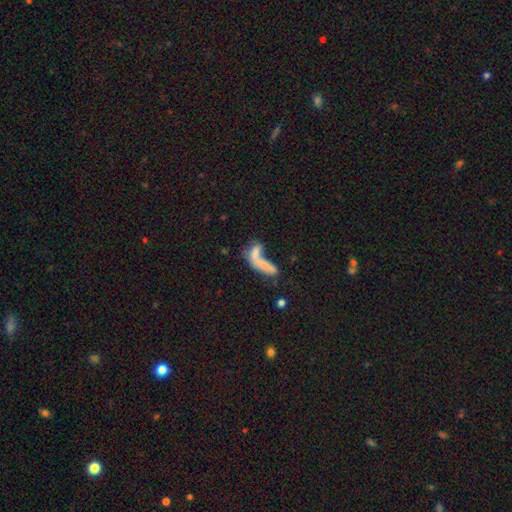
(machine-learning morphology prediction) Smooth or featured: smooth — 62% (featured or disk — 27%)
How rounded: in between — 52% (cigar-shaped — 43%)
Merging: merger — 63% (none — 17%)